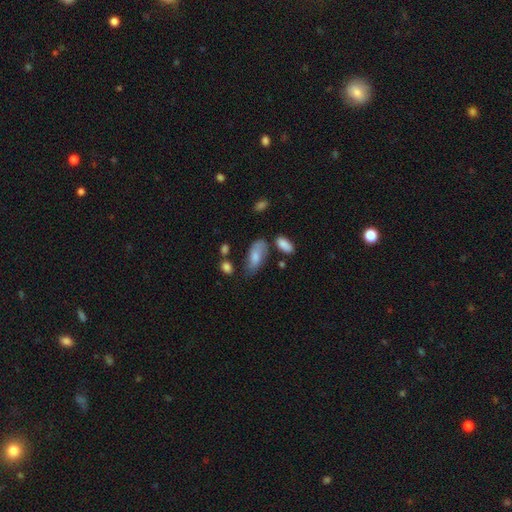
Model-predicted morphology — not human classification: Smooth or featured? smooth (74%)
How rounded? in between (88%)
Merging? none (55%)